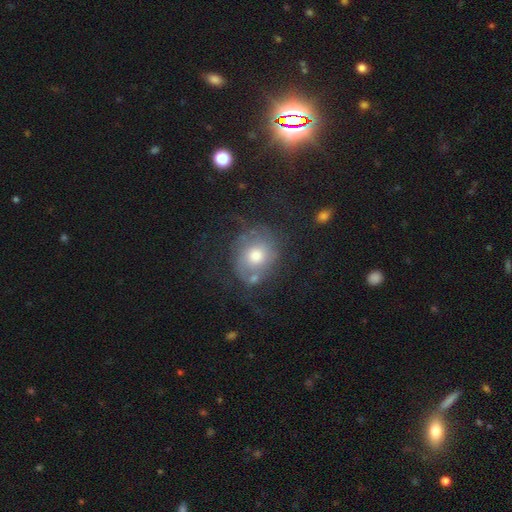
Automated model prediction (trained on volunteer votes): A featured or disk galaxy (50%). Merging: none (54%).